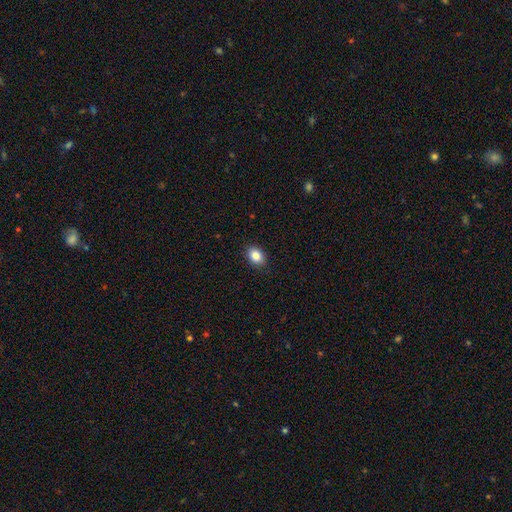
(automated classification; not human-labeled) Smooth or featured? Predicted: smooth (p=0.85). How rounded? Predicted: in between (p=0.72). Merging? Predicted: none (p=0.90).